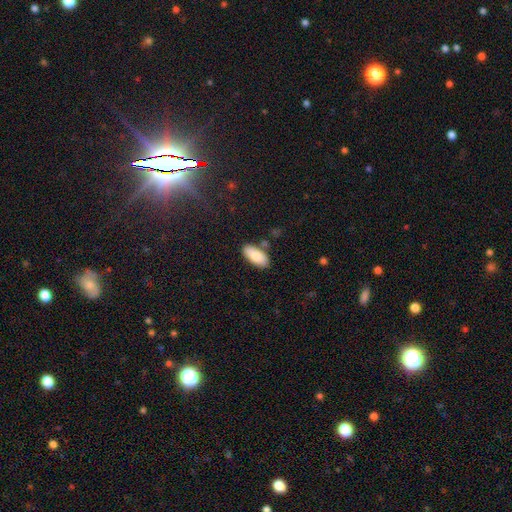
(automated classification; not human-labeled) Smooth or featured?
  - smooth: 83% *
  - featured or disk: 11%
  - star or artifact: 6%
How rounded?
  - in between: 92% *
  - cigar-shaped: 6%
  - round: 2%
Merging?
  - none: 79% *
  - minor disturbance: 12%
  - merger: 6%
  - major disturbance: 3%